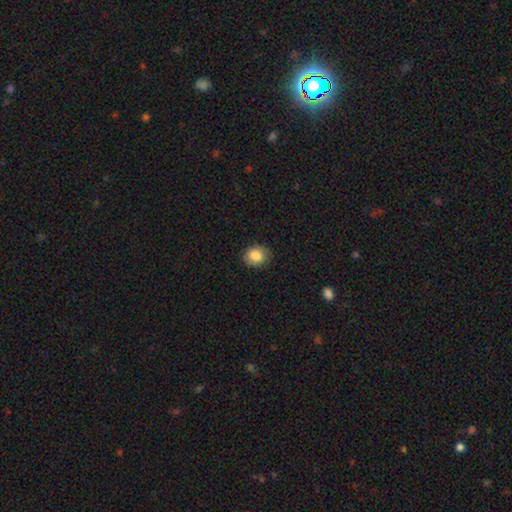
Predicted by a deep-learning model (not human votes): Smooth or featured: smooth — 85% (star or artifact — 9%)
How rounded: round — 65% (in between — 34%)
Merging: none — 85% (minor disturbance — 11%)